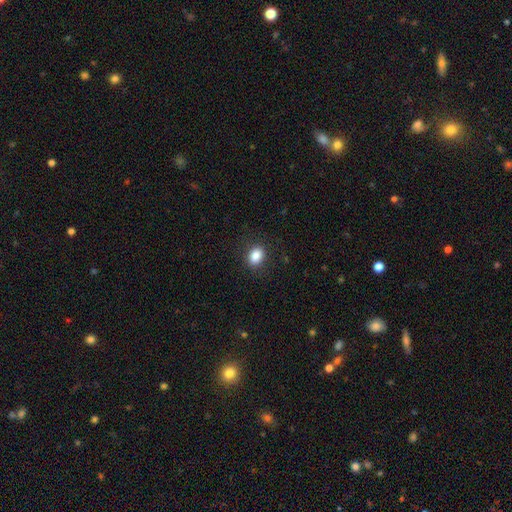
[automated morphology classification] smooth-or-featured: smooth: 86% | star or artifact: 9% | featured or disk: 5%
  how-rounded: in between: 63% | round: 35% | cigar-shaped: 1%
  merging: none: 87% | minor disturbance: 10% | major disturbance: 3% | merger: 1%